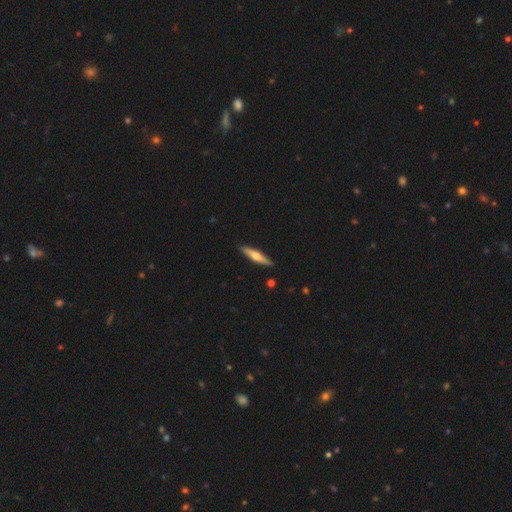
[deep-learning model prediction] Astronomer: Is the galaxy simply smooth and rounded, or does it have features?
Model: featured or disk — 53% (runner-up: smooth, 42%).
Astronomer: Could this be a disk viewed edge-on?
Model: yes — 95%.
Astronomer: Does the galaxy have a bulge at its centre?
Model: rounded — 86%.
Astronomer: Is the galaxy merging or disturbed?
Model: none — 89%.